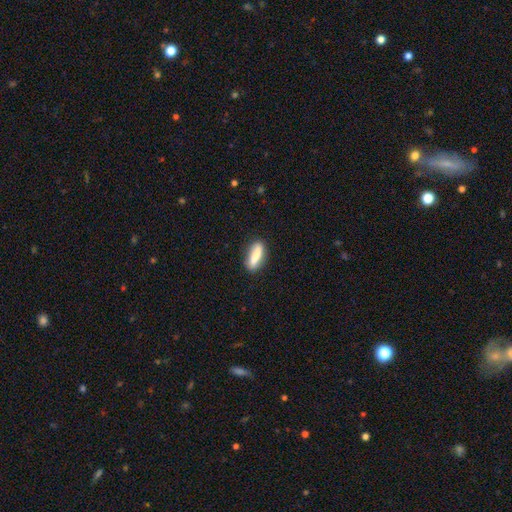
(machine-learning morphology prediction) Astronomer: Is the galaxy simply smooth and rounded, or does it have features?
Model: smooth — 71%.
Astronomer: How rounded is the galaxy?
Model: cigar-shaped — 51% (runner-up: in between, 46%).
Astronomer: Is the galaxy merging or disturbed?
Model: none — 84%.